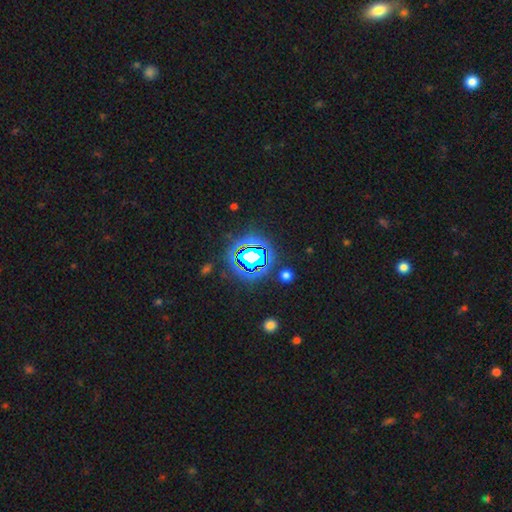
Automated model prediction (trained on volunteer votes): Smooth or featured? star or artifact (70%)